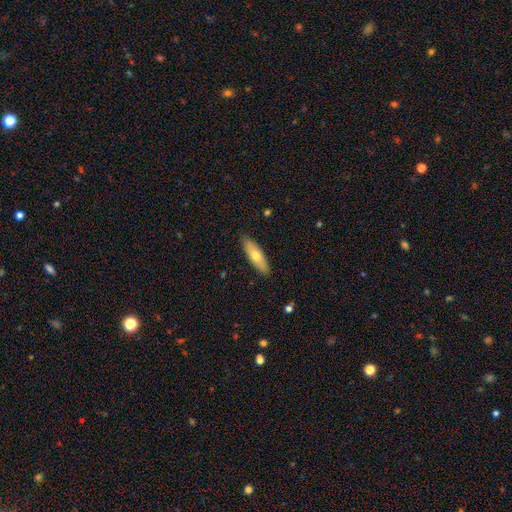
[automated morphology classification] Q: Smooth or featured?
A: smooth (66%); runner-up: featured or disk (28%)
Q: How rounded?
A: in between (53%); runner-up: cigar-shaped (45%)
Q: Merging?
A: none (88%); runner-up: minor disturbance (9%)